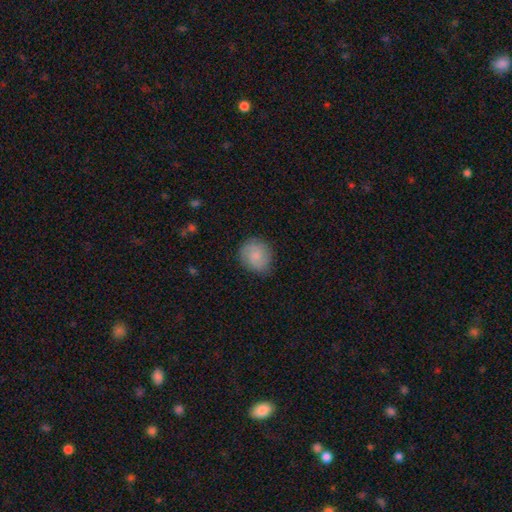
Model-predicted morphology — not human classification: Overall: smooth (77%). How rounded: round (75%). Merging: none (79%).